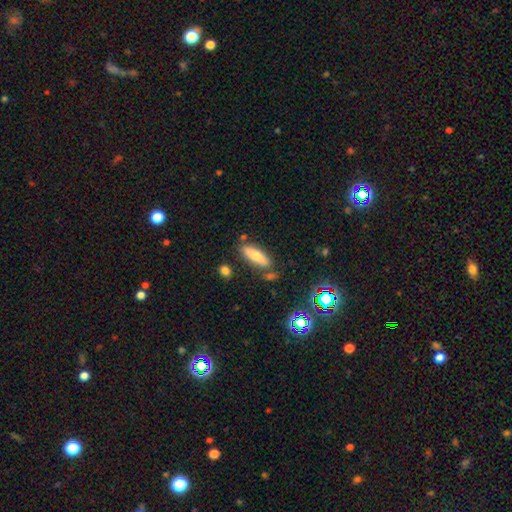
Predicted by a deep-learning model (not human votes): Morphology: type=smooth (72%); roundness=in between (49%, tied with cigar-shaped); merging=none (74%).